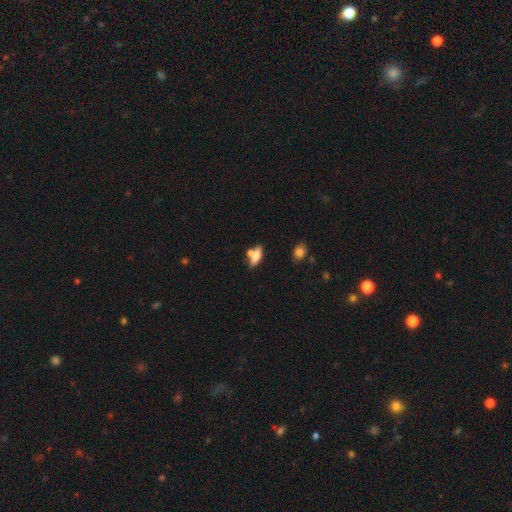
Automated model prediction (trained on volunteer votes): smooth-or-featured: smooth: 64% | featured or disk: 27% | star or artifact: 8%
  how-rounded: in between: 62% | cigar-shaped: 33% | round: 4%
  merging: none: 55% | merger: 26% | minor disturbance: 14% | major disturbance: 5%